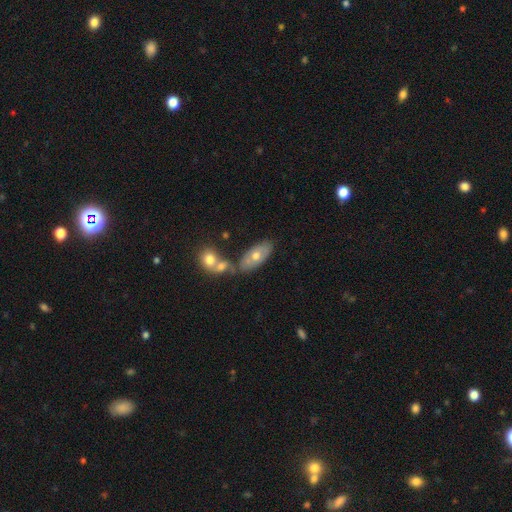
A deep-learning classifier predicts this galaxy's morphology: A smooth galaxy with no disk features (55%) that is in between round and cigar-shaped (87%). Merging: none (49%).